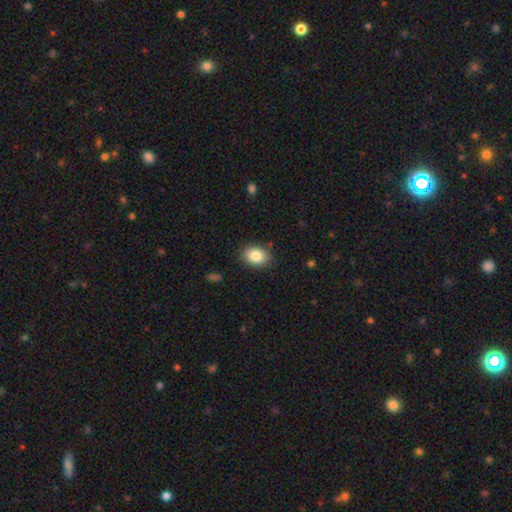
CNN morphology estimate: Smooth or featured? smooth (84%)
How rounded? in between (73%)
Merging? none (86%)